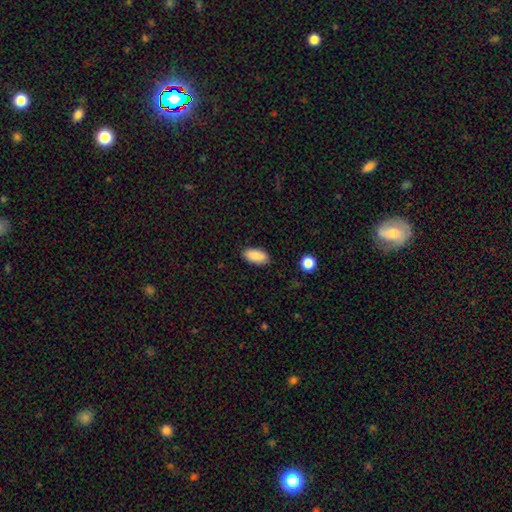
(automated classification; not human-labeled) A smooth galaxy with no disk features (89%) that is in between round and cigar-shaped (92%).

Vote fractions:
- Smooth or featured? smooth: 89% / star or artifact: 7% / featured or disk: 5%
- How rounded? in between: 92% / cigar-shaped: 5% / round: 3%
- Merging? none: 87% / minor disturbance: 10% / major disturbance: 2% / merger: 1%